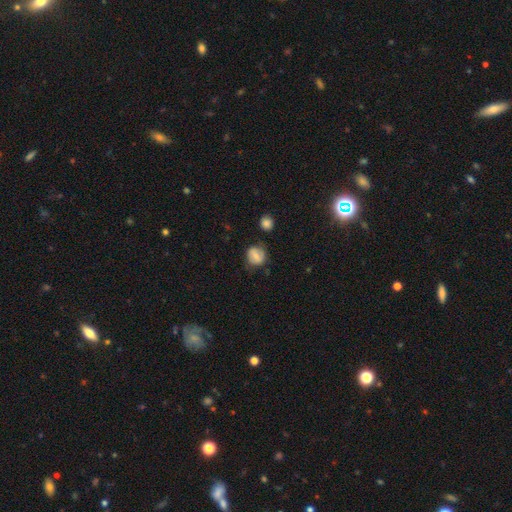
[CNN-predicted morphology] smooth-or-featured: smooth: 64% | featured or disk: 27% | star or artifact: 9%
  how-rounded: round: 79% | in between: 20% | cigar-shaped: 1%
  merging: none: 71% | minor disturbance: 19% | major disturbance: 6% | merger: 4%